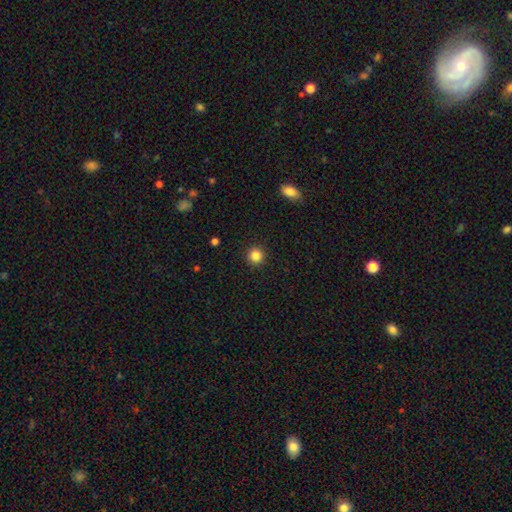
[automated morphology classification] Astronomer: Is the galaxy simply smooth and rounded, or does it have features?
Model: smooth — 85%.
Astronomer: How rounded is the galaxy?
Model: round — 94%.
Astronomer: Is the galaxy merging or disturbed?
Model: none — 92%.